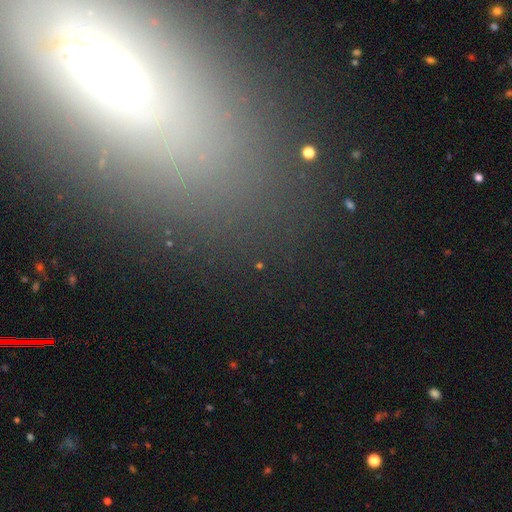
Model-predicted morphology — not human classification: Overall: star or artifact (43%; smooth 33%).